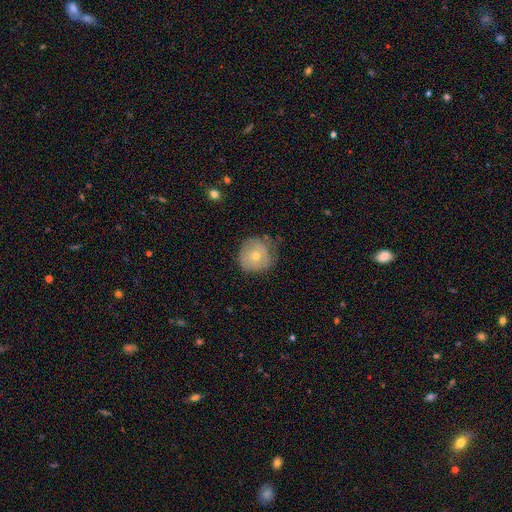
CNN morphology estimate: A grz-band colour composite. It shows a smooth galaxy with no disk features (52%) that is round (89%). Merging: none (67%).